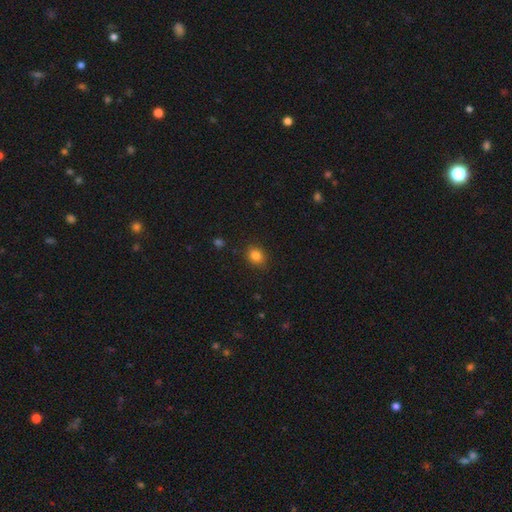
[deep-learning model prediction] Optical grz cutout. It shows a smooth galaxy with no disk features (84%) that is round (67%). Merging: none (88%).